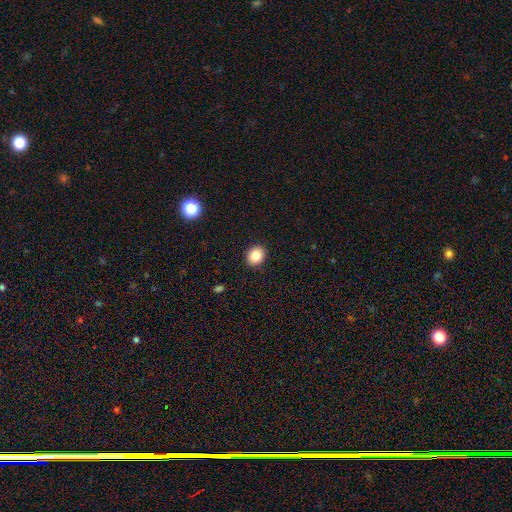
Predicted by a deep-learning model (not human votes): Morphology: type=smooth (84%); roundness=round (66%); merging=none (92%).